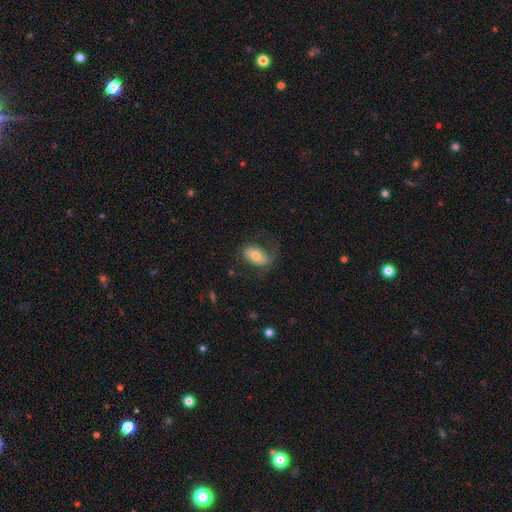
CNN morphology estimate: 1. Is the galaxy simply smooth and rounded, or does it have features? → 52% smooth, 41% featured or disk, 8% star or artifact.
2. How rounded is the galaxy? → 89% in between, 9% round, 2% cigar-shaped.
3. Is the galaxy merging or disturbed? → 54% none, 22% minor disturbance, 22% major disturbance, 2% merger.